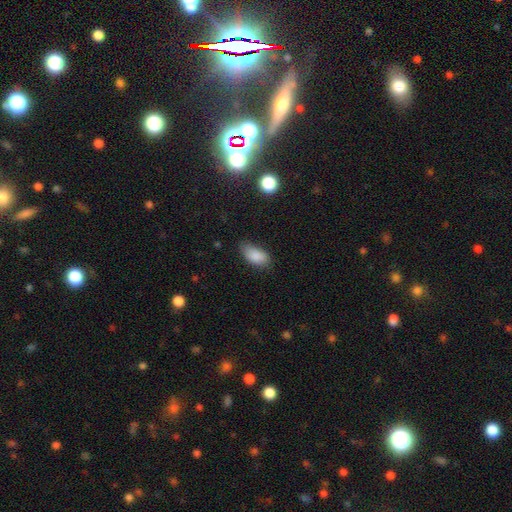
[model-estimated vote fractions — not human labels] Morphology: type=smooth (87%); roundness=in between (93%); merging=none (67%).